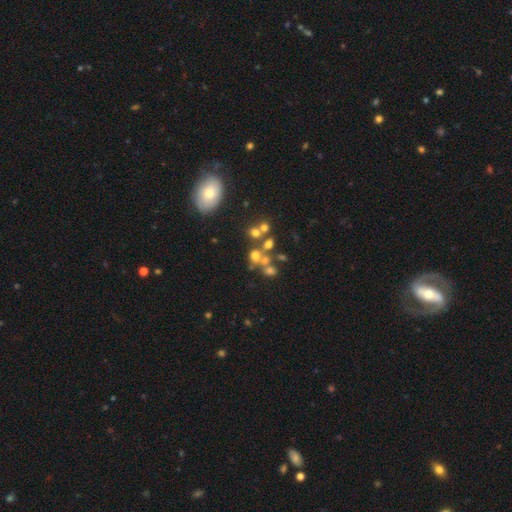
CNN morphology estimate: This is possibly a smooth galaxy (51%). How rounded: likely round (68%). Merging: marginally none (41%).